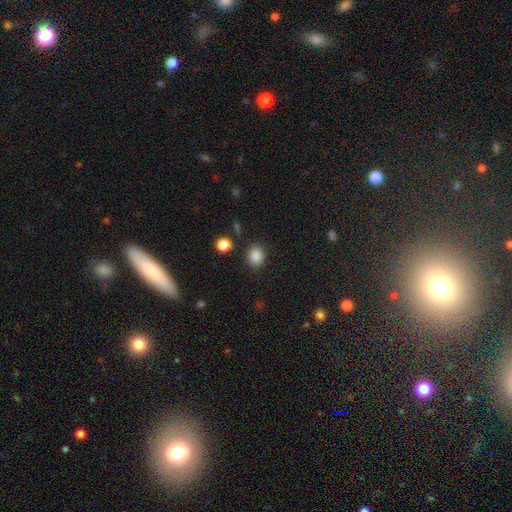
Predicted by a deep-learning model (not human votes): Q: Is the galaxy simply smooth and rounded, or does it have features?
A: smooth — 87%.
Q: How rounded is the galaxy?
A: round — 60%.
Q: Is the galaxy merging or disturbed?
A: none — 86%.